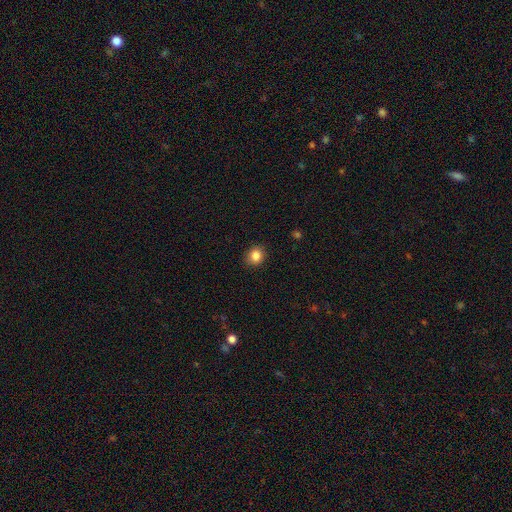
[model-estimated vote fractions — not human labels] Smooth or featured: smooth — 85% (star or artifact — 10%)
How rounded: round — 71% (in between — 28%)
Merging: none — 87% (minor disturbance — 10%)